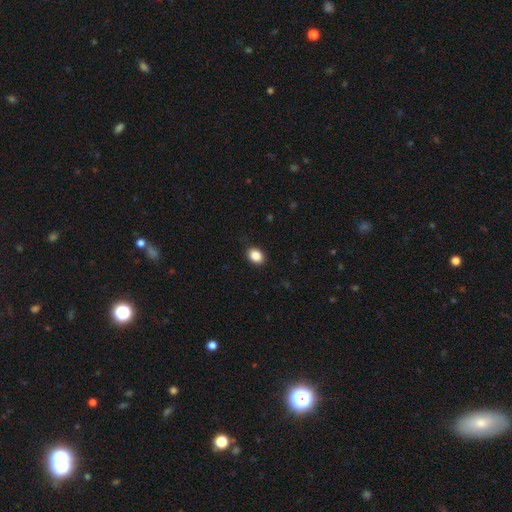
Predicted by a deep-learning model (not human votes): Overall: smooth (88%). How rounded: in between (66%; round 33%). Merging: none (88%).